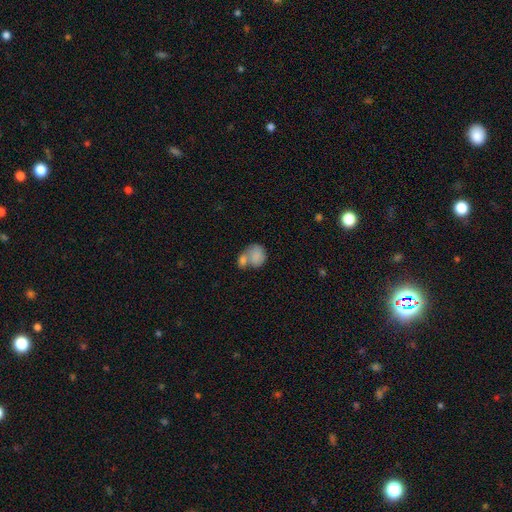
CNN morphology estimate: This appears to be a smooth galaxy with no disk features (80%) that is round (53%). Merging: merger (60%).